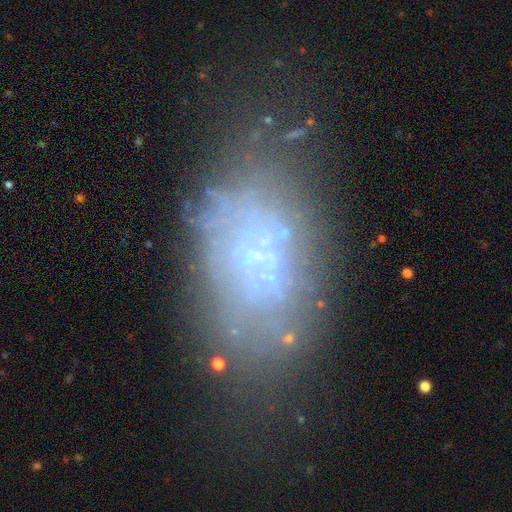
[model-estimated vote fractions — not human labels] A featured or disk galaxy (49%). Merging: none (46%).